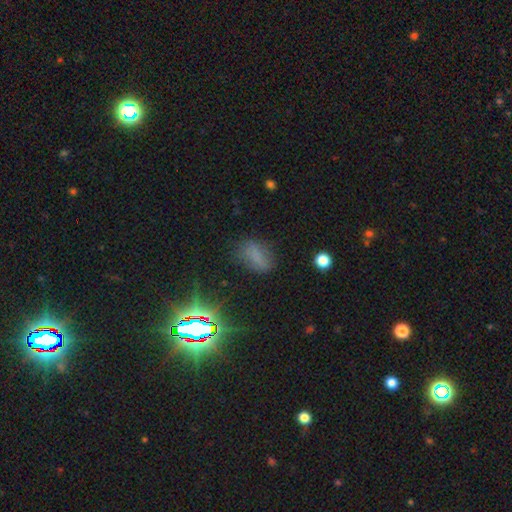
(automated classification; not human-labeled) Smooth or featured? Predicted: smooth (p=0.59). How rounded? Predicted: in between (p=0.83). Merging? Predicted: none (p=0.67).